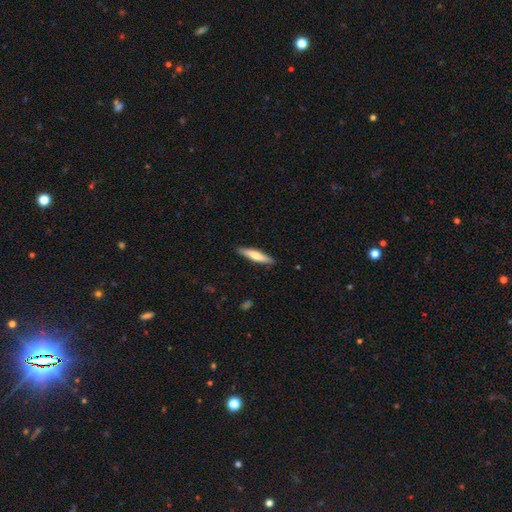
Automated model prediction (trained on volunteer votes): Smooth or featured?
  - smooth: 63% *
  - featured or disk: 32%
  - star or artifact: 5%
How rounded?
  - cigar-shaped: 86% *
  - in between: 13%
  - round: 1%
Merging?
  - none: 89% *
  - minor disturbance: 8%
  - major disturbance: 2%
  - merger: 1%